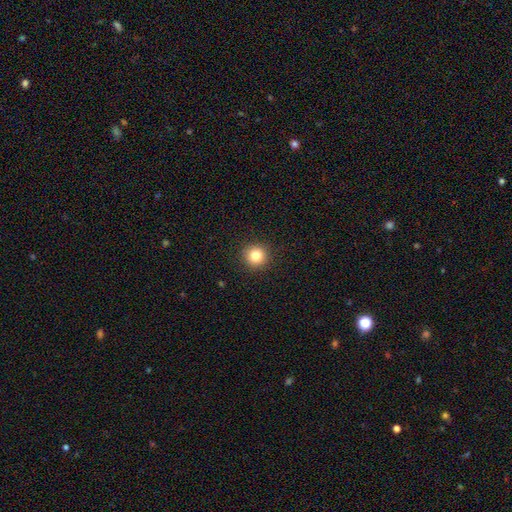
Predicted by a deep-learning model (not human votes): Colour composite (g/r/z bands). It shows a smooth galaxy with no disk features (81%) that is round (94%). Merging: none (92%).